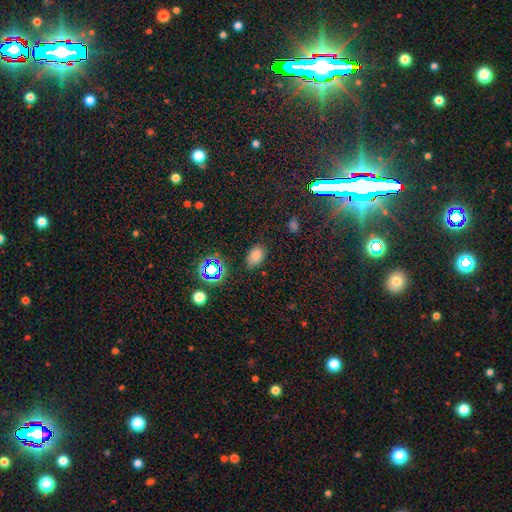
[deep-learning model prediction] smooth-or-featured: smooth: 74% | star or artifact: 19% | featured or disk: 7%
  how-rounded: in between: 82% | round: 17% | cigar-shaped: 1%
  merging: none: 79% | minor disturbance: 15% | major disturbance: 4% | merger: 2%